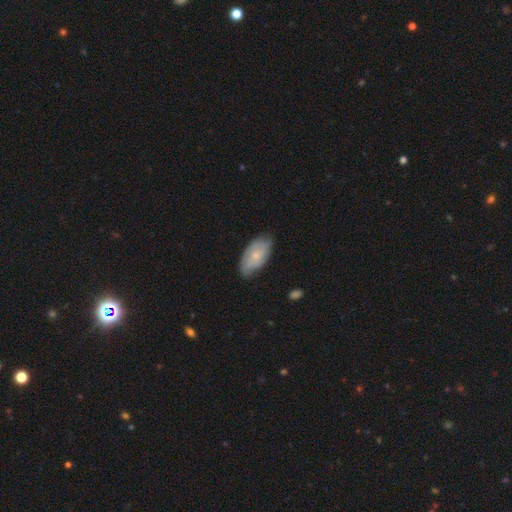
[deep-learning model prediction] smooth-or-featured: smooth: 57% | featured or disk: 37% | star or artifact: 6%
  how-rounded: in between: 93% | cigar-shaped: 4% | round: 3%
  merging: none: 71% | minor disturbance: 24% | major disturbance: 4% | merger: 1%